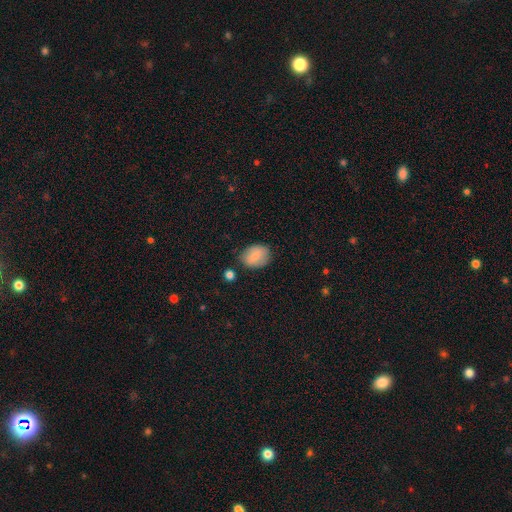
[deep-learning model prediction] Overall: smooth (80%). How rounded: in between (66%; round 33%). Merging: none (77%).